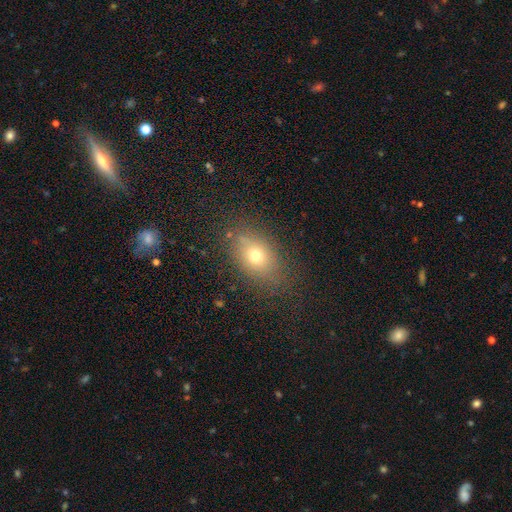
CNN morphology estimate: This appears to be a smooth galaxy with no disk features (70%) that is in between round and cigar-shaped (74%). Merging: none (77%).